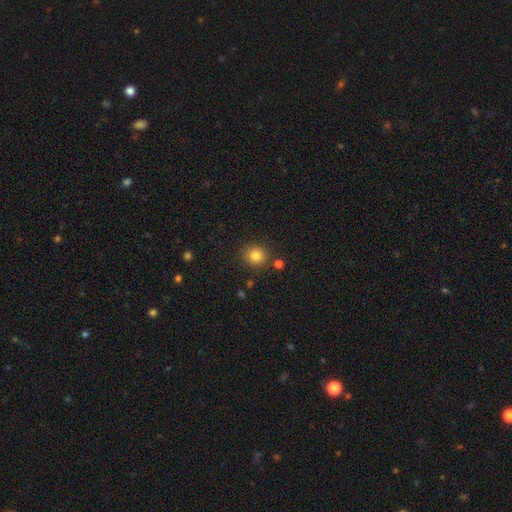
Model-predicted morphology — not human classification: A smooth galaxy with no disk features (82%) that is round (88%).

Vote fractions:
- Smooth or featured? smooth: 82% / star or artifact: 12% / featured or disk: 6%
- How rounded? round: 88% / in between: 11% / cigar-shaped: 1%
- Merging? none: 86% / minor disturbance: 7% / merger: 4% / major disturbance: 2%